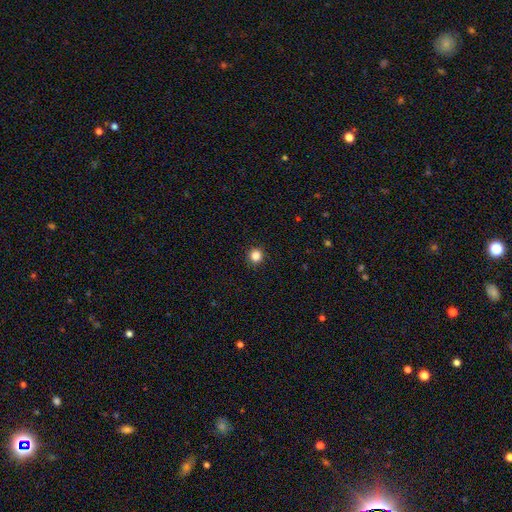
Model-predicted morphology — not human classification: smooth_or_featured: smooth (p=0.85) [alt: star or artifact p=0.12]
how_rounded: round (p=0.94) [alt: in between p=0.05]
merging: none (p=0.93) [alt: minor disturbance p=0.05]